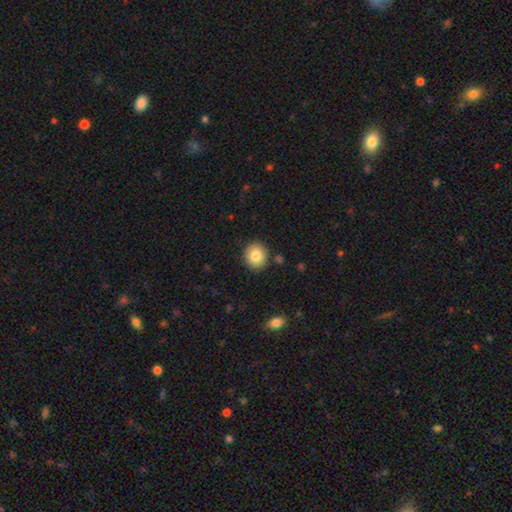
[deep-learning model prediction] A smooth galaxy with no disk features (83%) that is round (78%). Merging: none (88%).